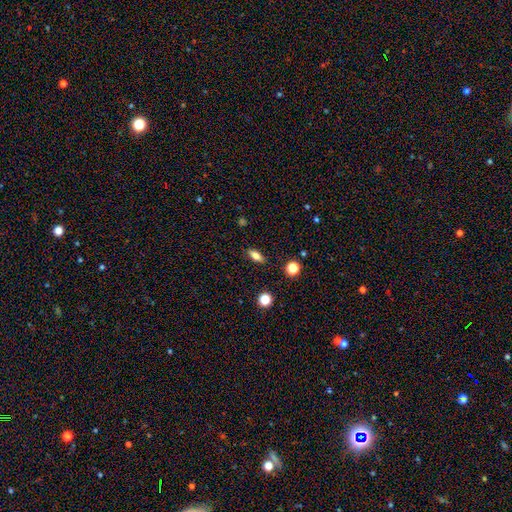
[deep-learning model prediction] Overall: smooth (71%). How rounded: in between (74%). Merging: none (88%).